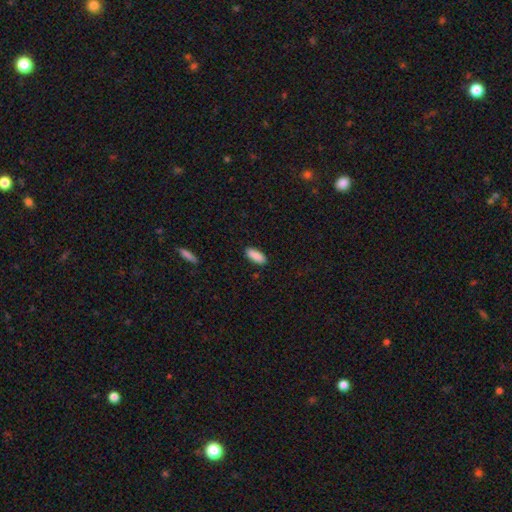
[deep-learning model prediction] The model was most divided on "how rounded": in between: 77%, cigar-shaped: 21%, round: 2%. More confident: smooth or featured — smooth (90%); merging — none (89%).